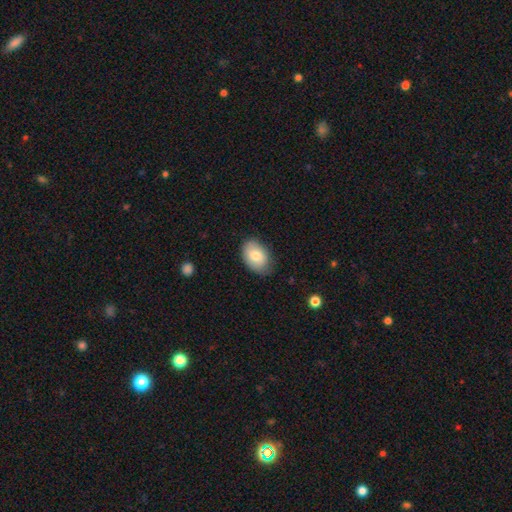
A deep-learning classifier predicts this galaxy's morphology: This is likely a smooth galaxy (79%). How rounded: clearly in between (86%). Merging: likely none (77%).